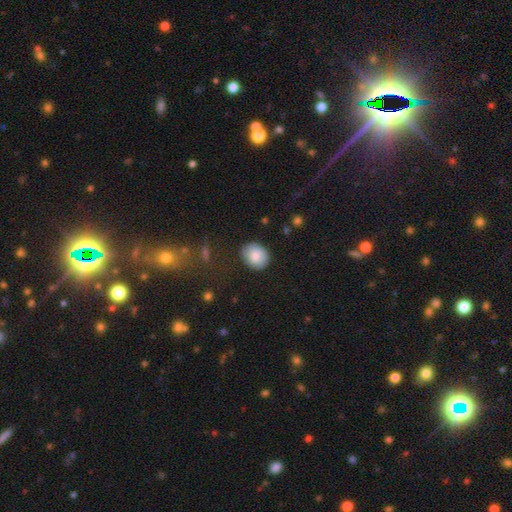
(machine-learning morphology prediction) Smooth or featured?
  - smooth: 81% *
  - featured or disk: 12%
  - star or artifact: 7%
How rounded?
  - round: 60% *
  - in between: 39%
  - cigar-shaped: 1%
Merging?
  - none: 82% *
  - minor disturbance: 14%
  - major disturbance: 3%
  - merger: 1%